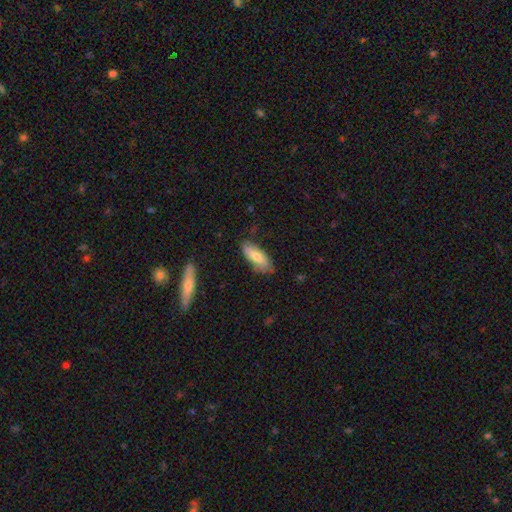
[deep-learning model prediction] This appears to be a smooth galaxy with no disk features (68%) that is in between round and cigar-shaped (68%). Merging: none (75%).